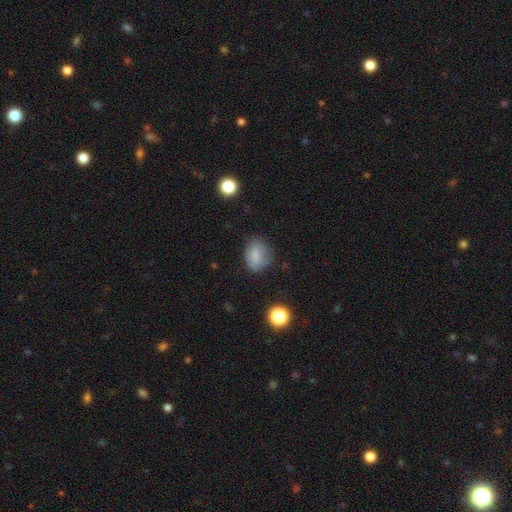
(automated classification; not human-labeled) Q: Smooth or featured?
A: smooth (80%); runner-up: star or artifact (11%)
Q: How rounded?
A: in between (65%); runner-up: round (33%)
Q: Merging?
A: none (72%); runner-up: minor disturbance (21%)